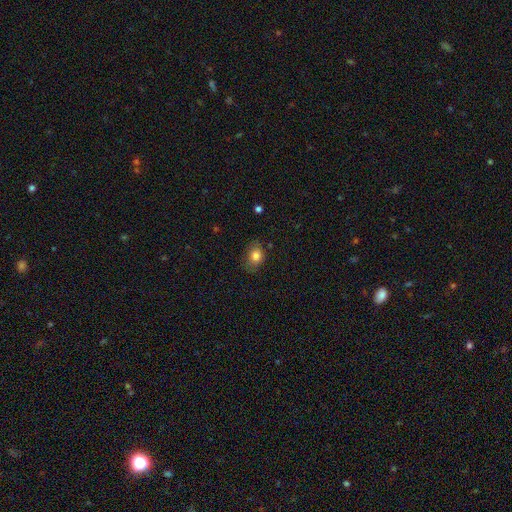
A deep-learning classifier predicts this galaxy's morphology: smooth-or-featured: smooth: 81% | star or artifact: 9% | featured or disk: 9%
  how-rounded: in between: 66% | round: 33% | cigar-shaped: 1%
  merging: none: 72% | minor disturbance: 21% | major disturbance: 5% | merger: 1%